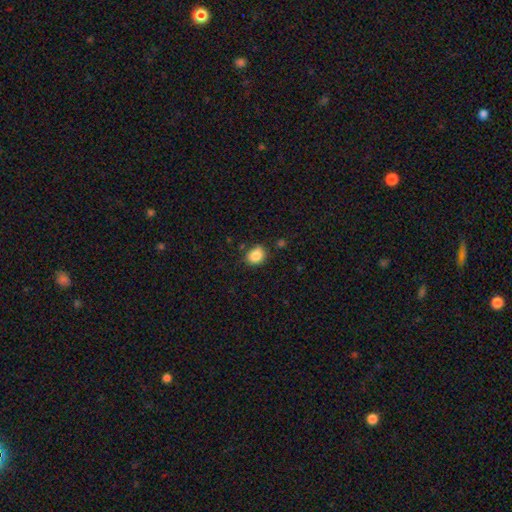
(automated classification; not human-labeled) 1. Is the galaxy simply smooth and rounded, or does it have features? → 87% smooth, 9% star or artifact, 4% featured or disk.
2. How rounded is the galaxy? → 53% round, 46% in between, 1% cigar-shaped.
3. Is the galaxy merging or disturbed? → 75% none, 18% minor disturbance, 4% major disturbance, 3% merger.